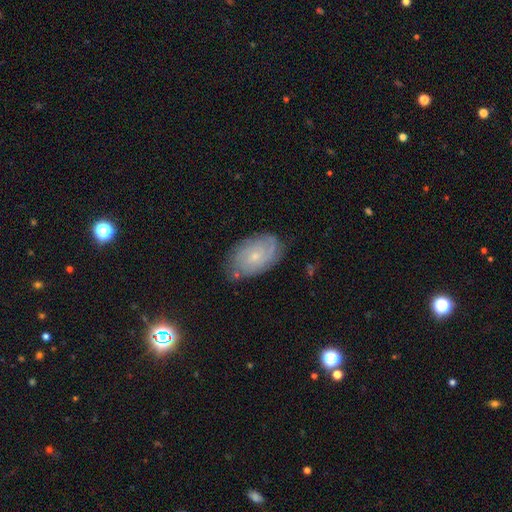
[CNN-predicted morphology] type=featured or disk (68%); edge-on=no (96%); bar=no (76%); spiral arms=yes (89%); winding=tight (65%); arm count=can't tell (45%); bulge=small (75%); merging=none (73%).